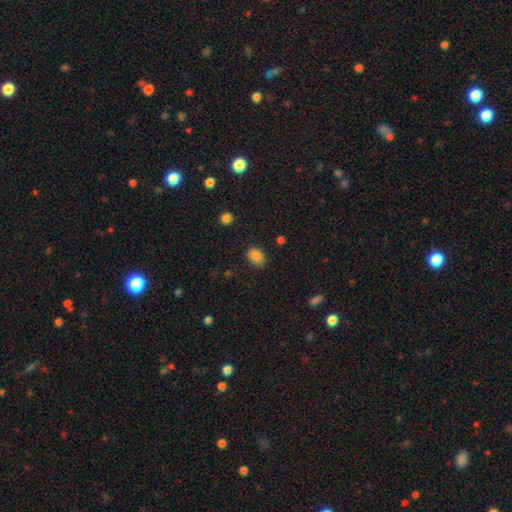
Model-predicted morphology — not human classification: smooth-or-featured: smooth: 85% | star or artifact: 10% | featured or disk: 5%
  how-rounded: in between: 72% | round: 27% | cigar-shaped: 1%
  merging: none: 82% | minor disturbance: 14% | major disturbance: 3% | merger: 1%